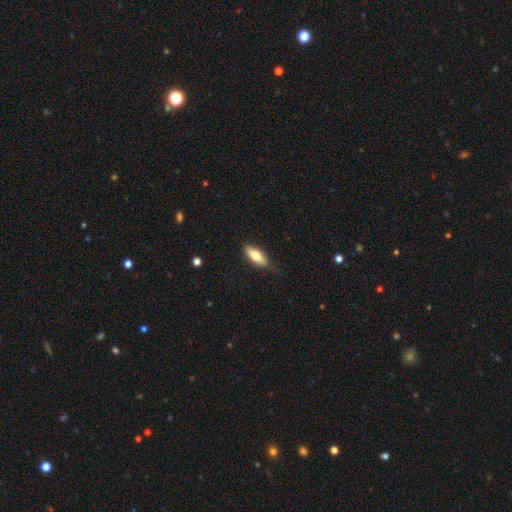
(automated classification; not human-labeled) smooth 76%, featured or disk 18%, star or artifact 6%. Down the decision tree: how rounded — in between (67%); merging — none (81%).